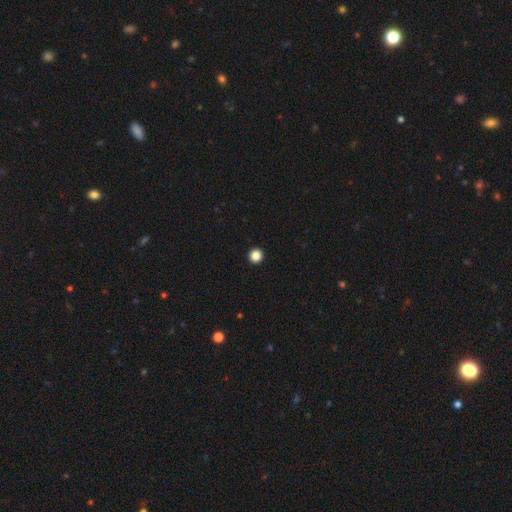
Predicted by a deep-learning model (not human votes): Smooth or featured?
  - smooth: 86% *
  - star or artifact: 11%
  - featured or disk: 3%
How rounded?
  - round: 95% *
  - in between: 4%
  - cigar-shaped: 1%
Merging?
  - none: 95% *
  - minor disturbance: 3%
  - major disturbance: 1%
  - merger: 1%